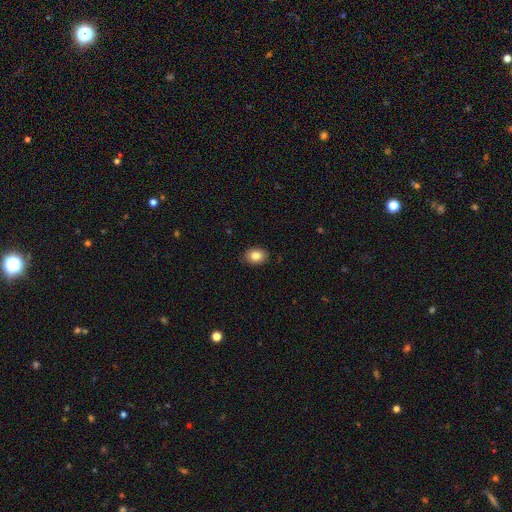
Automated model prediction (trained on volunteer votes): Smooth or featured? smooth (83%)
How rounded? in between (65%)
Merging? none (87%)